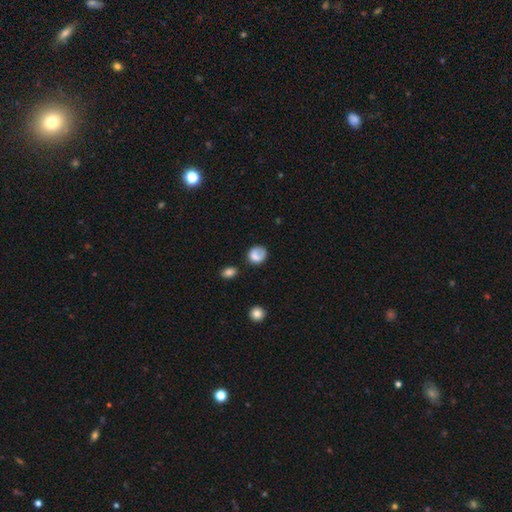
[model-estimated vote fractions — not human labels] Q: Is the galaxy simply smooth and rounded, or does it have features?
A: smooth — 73%.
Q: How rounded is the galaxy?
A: round — 69%.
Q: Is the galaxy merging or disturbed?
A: none — 57%.